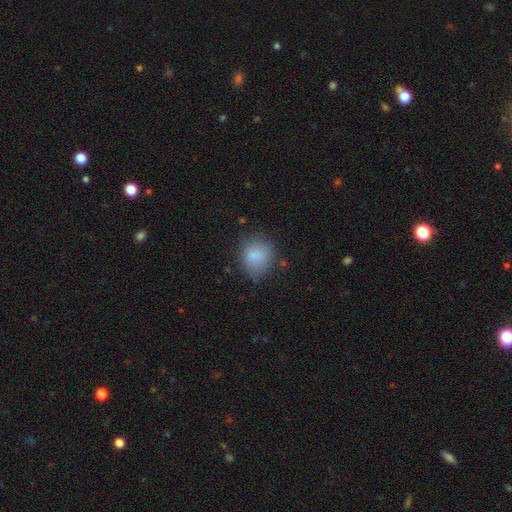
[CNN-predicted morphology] Q: Smooth or featured?
A: smooth (82%); runner-up: featured or disk (9%)
Q: How rounded?
A: round (70%); runner-up: in between (29%)
Q: Merging?
A: none (63%); runner-up: minor disturbance (26%)